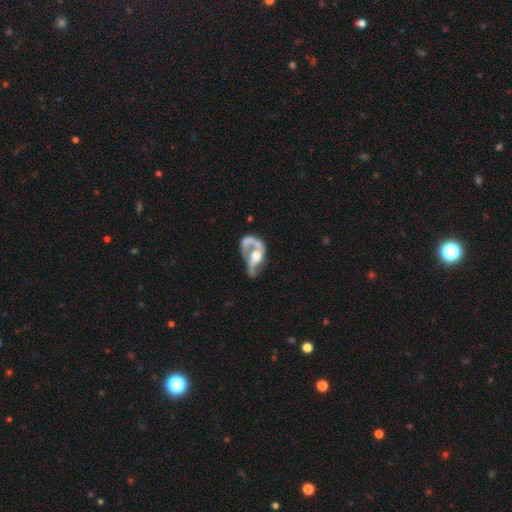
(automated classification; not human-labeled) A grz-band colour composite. It shows a featured or disk galaxy (75%) with no bar (68%), spiral arms (64%) and a moderate central bulge (54%). Merging: major disturbance (33%).